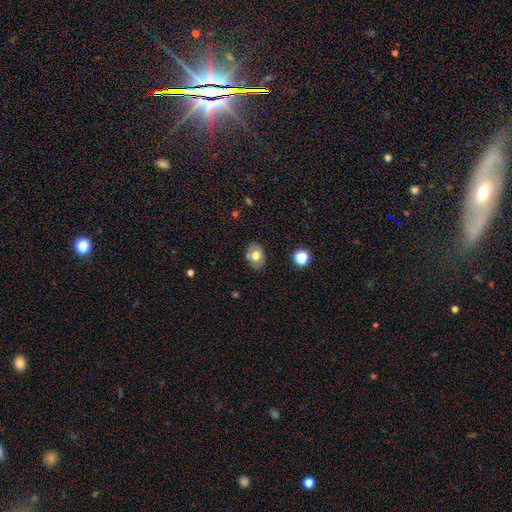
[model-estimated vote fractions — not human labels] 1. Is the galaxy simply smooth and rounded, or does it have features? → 66% smooth, 25% featured or disk, 9% star or artifact.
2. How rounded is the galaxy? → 71% in between, 28% round, 1% cigar-shaped.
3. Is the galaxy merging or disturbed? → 74% none, 16% minor disturbance, 7% merger, 4% major disturbance.